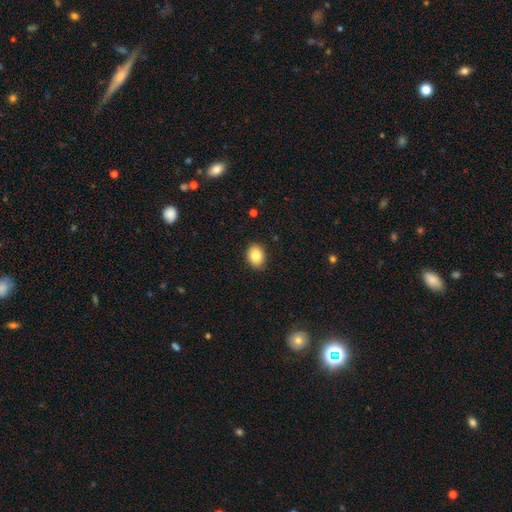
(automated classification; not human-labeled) smooth-or-featured: smooth: 84% | star or artifact: 8% | featured or disk: 7%
  how-rounded: in between: 68% | round: 31% | cigar-shaped: 1%
  merging: none: 88% | minor disturbance: 9% | major disturbance: 2% | merger: 1%